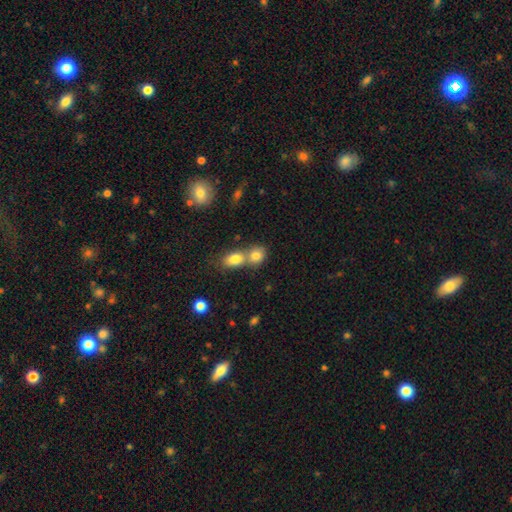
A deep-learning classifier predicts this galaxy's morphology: This is clearly a smooth galaxy (81%). How rounded: possibly round (56%). Merging: possibly merger (56%).